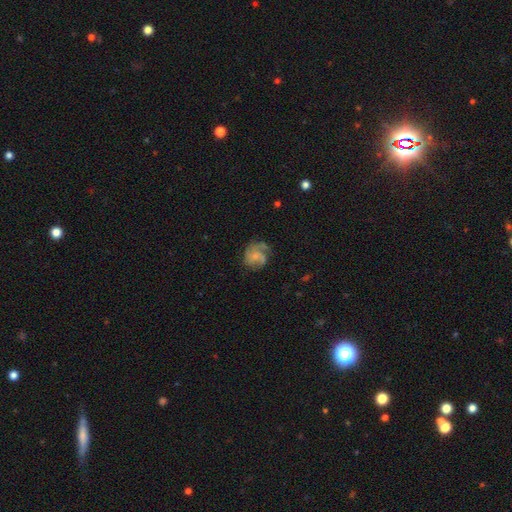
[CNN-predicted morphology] Smooth or featured: featured or disk — 69% (smooth — 23%)
Edge-on disk: no — 98% (yes — 2%)
Bar: no — 73% (weak — 23%)
Spiral arms: yes — 91% (no — 9%)
Spiral winding: medium — 46% (tight — 34%)
Spiral arm count: 3 — 40% (2 — 21%)
Bulge size: small — 49% (none — 31%)
Merging: none — 60% (minor disturbance — 20%)